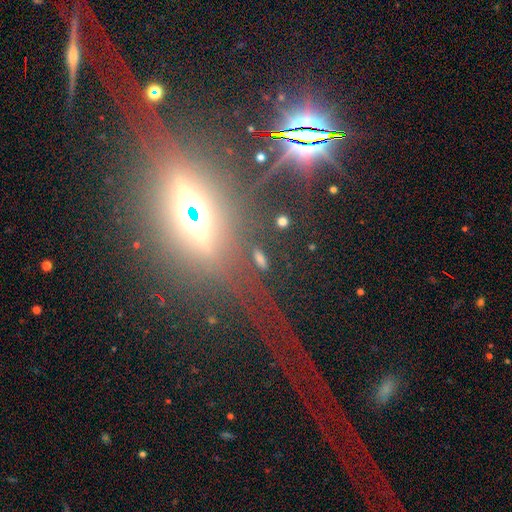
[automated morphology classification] The model was most divided on "smooth or featured": featured or disk: 44%, star or artifact: 40%, smooth: 16%. More confident: merging — none (68%).